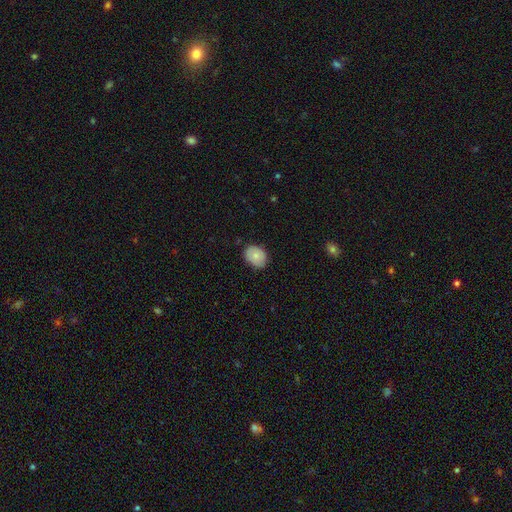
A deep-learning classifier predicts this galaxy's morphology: This appears to be a smooth galaxy with no disk features (81%) that is in between round and cigar-shaped (58%). Merging: none (76%).